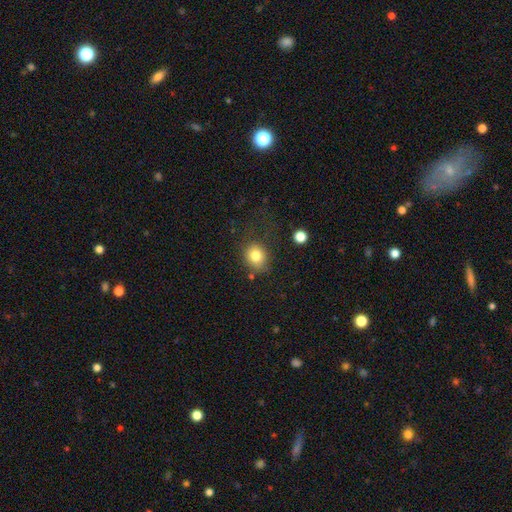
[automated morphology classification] A smooth galaxy with no disk features (81%) that is round (69%). Merging: none (70%).